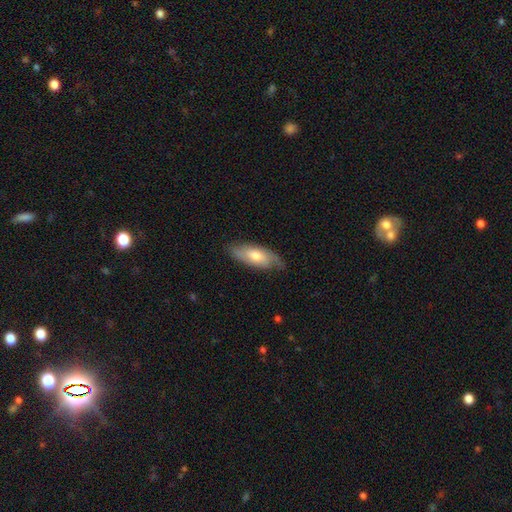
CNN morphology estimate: Overall: smooth (51%; featured or disk 43%). How rounded: in between (75%). Merging: none (73%).